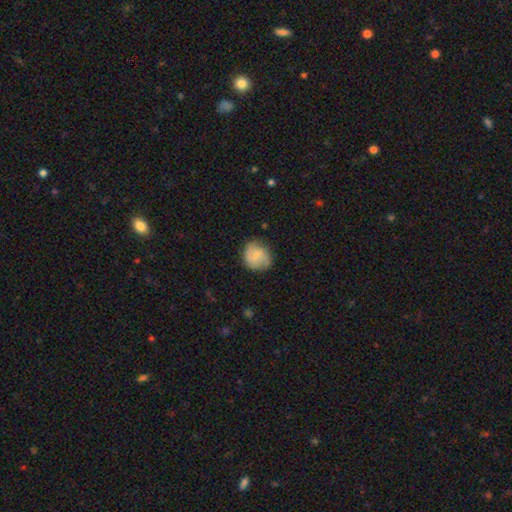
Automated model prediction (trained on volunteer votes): Smooth or featured: smooth — 56% (featured or disk — 37%)
How rounded: round — 78% (in between — 21%)
Merging: none — 70% (minor disturbance — 23%)